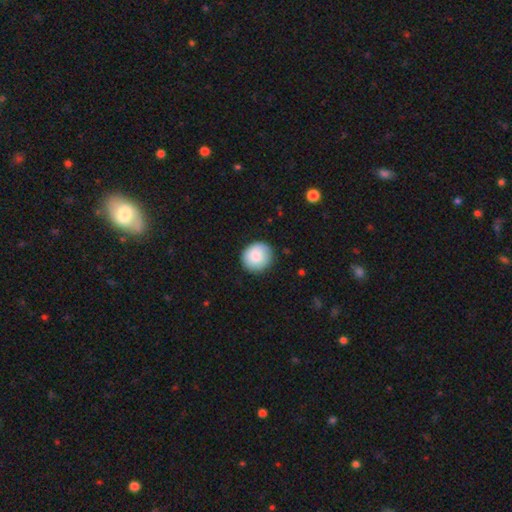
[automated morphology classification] The model was most divided on "merging": none: 86%, minor disturbance: 11%, major disturbance: 2%, merger: 1%. More confident: how rounded — round (88%); smooth or featured — smooth (85%).